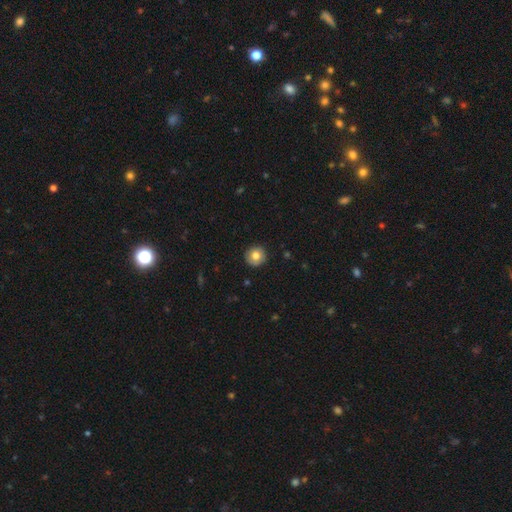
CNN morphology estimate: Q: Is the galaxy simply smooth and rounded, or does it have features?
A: smooth — 79%.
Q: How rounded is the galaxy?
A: round — 94%.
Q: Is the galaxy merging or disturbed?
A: none — 89%.